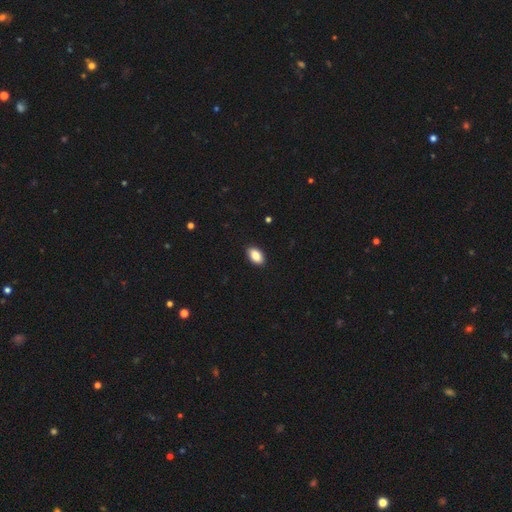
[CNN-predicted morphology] Smooth or featured? Predicted: smooth (p=0.87). How rounded? Predicted: in between (p=0.92). Merging? Predicted: none (p=0.90).